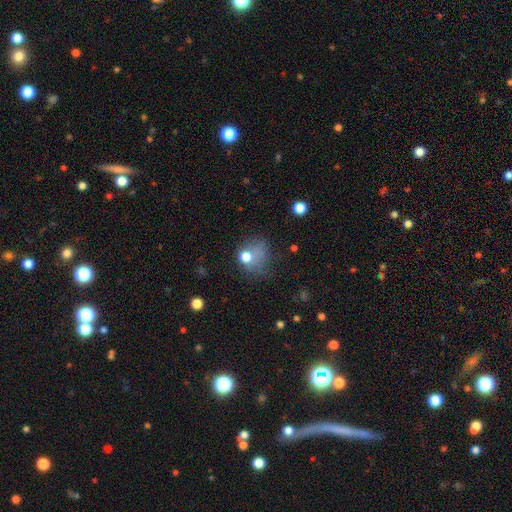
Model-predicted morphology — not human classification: A smooth galaxy with no disk features (63%) that is round (67%).

Vote fractions:
- Smooth or featured? smooth: 63% / star or artifact: 21% / featured or disk: 16%
- How rounded? round: 67% / in between: 31% / cigar-shaped: 1%
- Merging? none: 38% / major disturbance: 31% / minor disturbance: 25% / merger: 6%